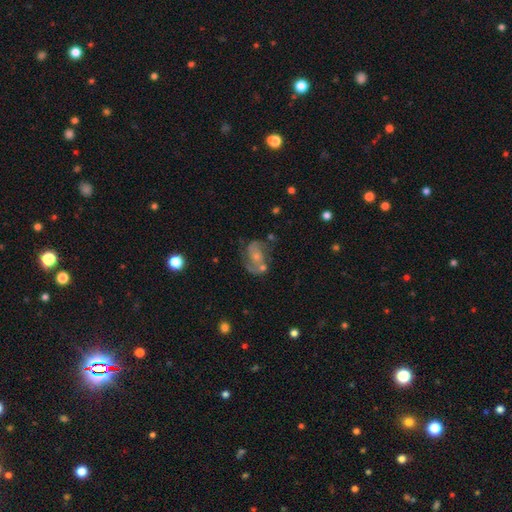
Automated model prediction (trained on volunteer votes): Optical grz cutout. It shows a featured or disk galaxy (73%) with no bar (67%), 2 (80%) medium (50%) spiral arms (88%) and a small central bulge (54%). Merging: none (49%).